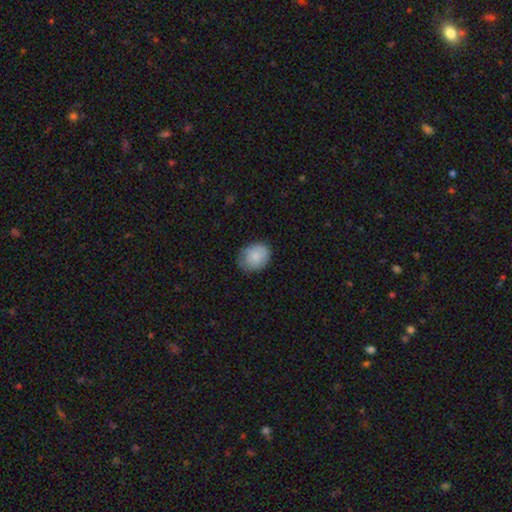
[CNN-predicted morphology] Smooth or featured?
  - smooth: 84% *
  - featured or disk: 8%
  - star or artifact: 7%
How rounded?
  - round: 53% *
  - in between: 46%
  - cigar-shaped: 1%
Merging?
  - none: 72% *
  - minor disturbance: 23%
  - major disturbance: 4%
  - merger: 1%